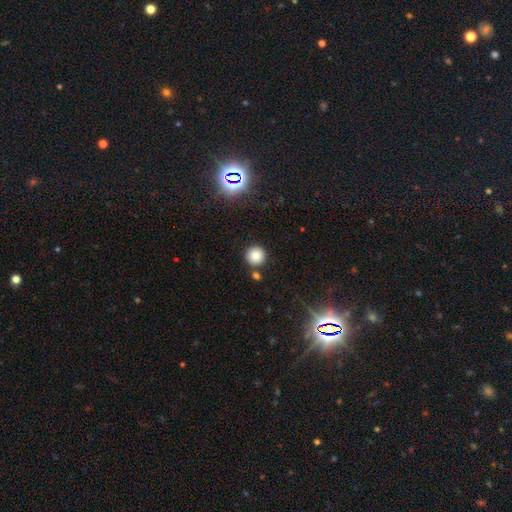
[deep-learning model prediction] This appears to be a smooth galaxy with no disk features (81%) that is round (95%). Merging: none (85%).